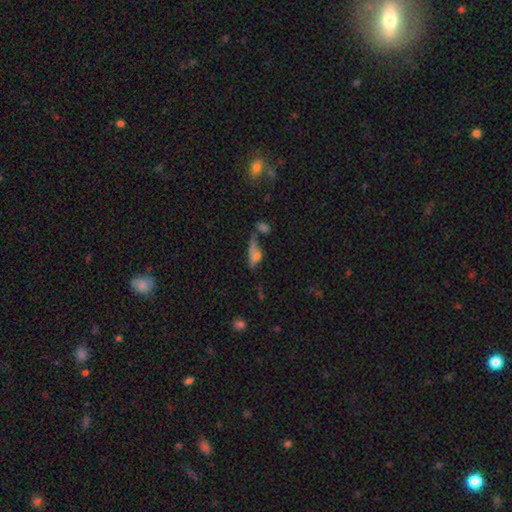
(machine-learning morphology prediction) A smooth galaxy with no disk features (61%) that is in between round and cigar-shaped (58%).

Vote fractions:
- Smooth or featured? smooth: 61% / featured or disk: 24% / star or artifact: 15%
- How rounded? in between: 58% / cigar-shaped: 35% / round: 7%
- Merging? none: 33% / merger: 32% / minor disturbance: 18% / major disturbance: 17%